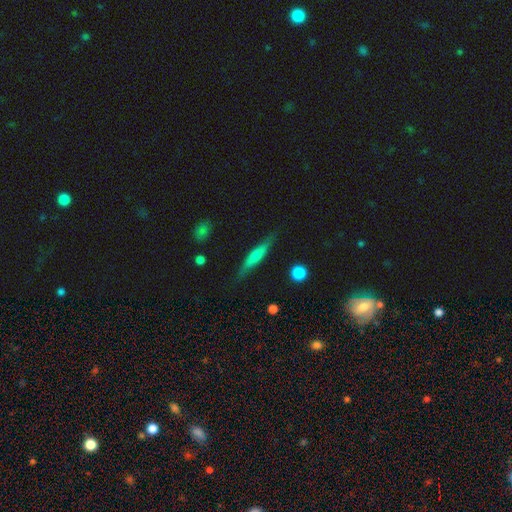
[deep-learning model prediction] Q: Smooth or featured?
A: smooth (53%); runner-up: featured or disk (41%)
Q: How rounded?
A: cigar-shaped (86%); runner-up: in between (12%)
Q: Merging?
A: none (82%); runner-up: minor disturbance (14%)